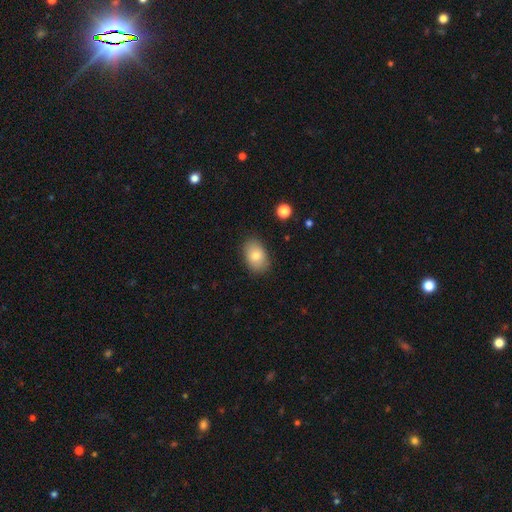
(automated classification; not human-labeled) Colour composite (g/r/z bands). It shows a smooth galaxy with no disk features (80%) that is in between round and cigar-shaped (86%). Merging: none (84%).